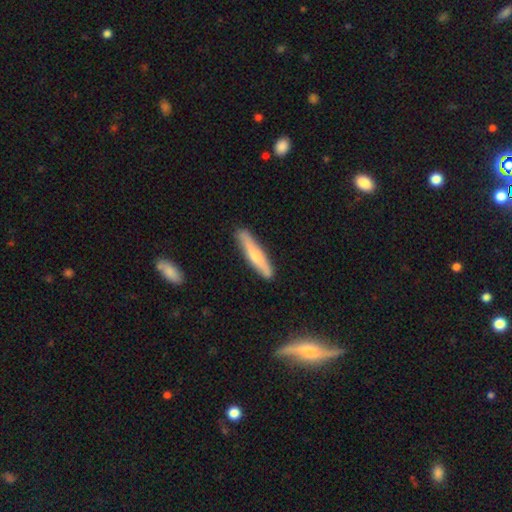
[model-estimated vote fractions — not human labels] Q: Smooth or featured?
A: smooth (55%); runner-up: featured or disk (40%)
Q: How rounded?
A: cigar-shaped (90%); runner-up: in between (9%)
Q: Merging?
A: none (86%); runner-up: minor disturbance (11%)